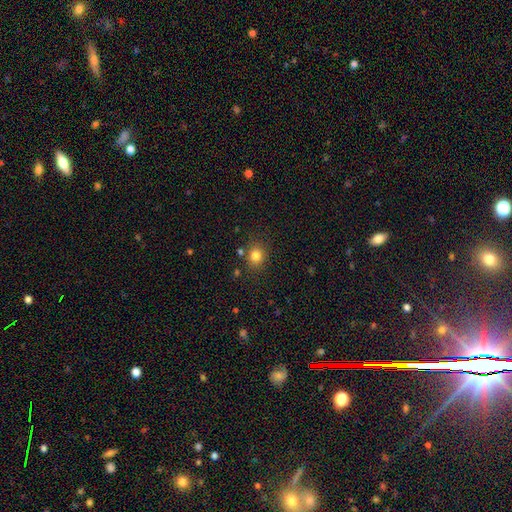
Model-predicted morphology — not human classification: A smooth galaxy with no disk features (81%) that is round (71%).

Vote fractions:
- Smooth or featured? smooth: 81% / star or artifact: 13% / featured or disk: 7%
- How rounded? round: 71% / in between: 29% / cigar-shaped: 1%
- Merging? none: 82% / minor disturbance: 10% / merger: 5% / major disturbance: 3%